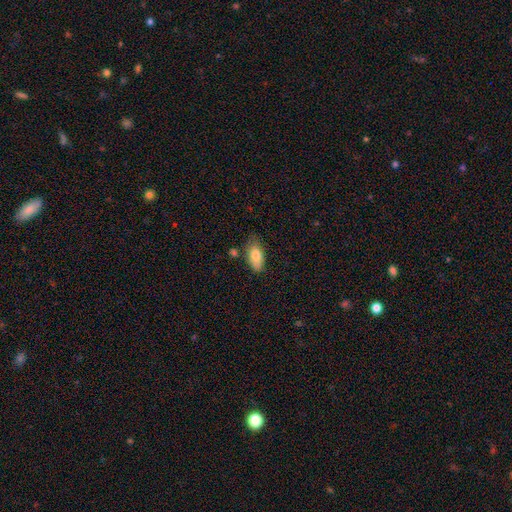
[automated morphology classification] smooth 81%, featured or disk 12%, star or artifact 7%. Down the decision tree: how rounded — in between (89%); merging — none (59%).